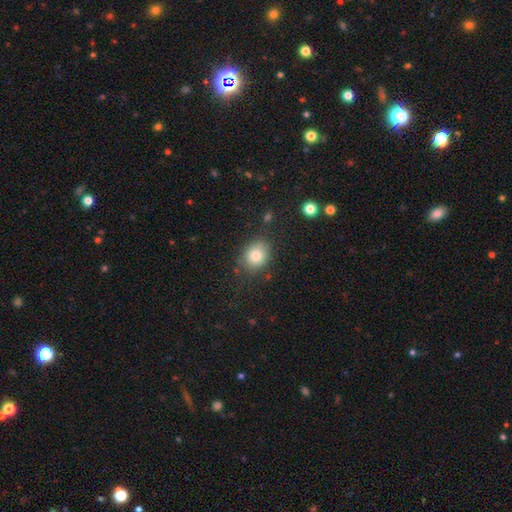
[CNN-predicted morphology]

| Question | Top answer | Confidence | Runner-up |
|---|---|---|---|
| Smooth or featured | smooth | 80% | star or artifact (10%) |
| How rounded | round | 58% | in between (41%) |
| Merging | none | 76% | minor disturbance (16%) |